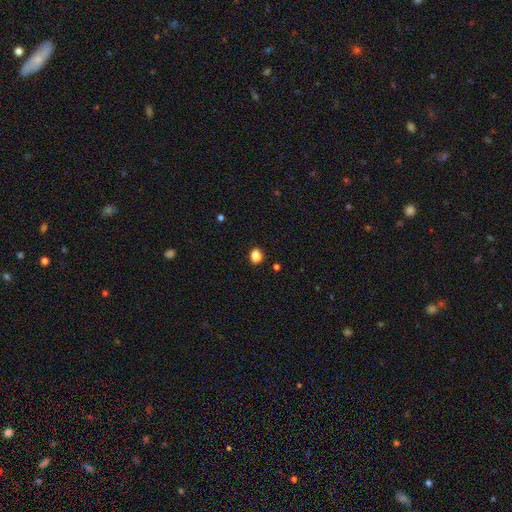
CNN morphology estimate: smooth 86%, star or artifact 10%, featured or disk 3%. Down the decision tree: how rounded — round (52%); merging — none (86%).